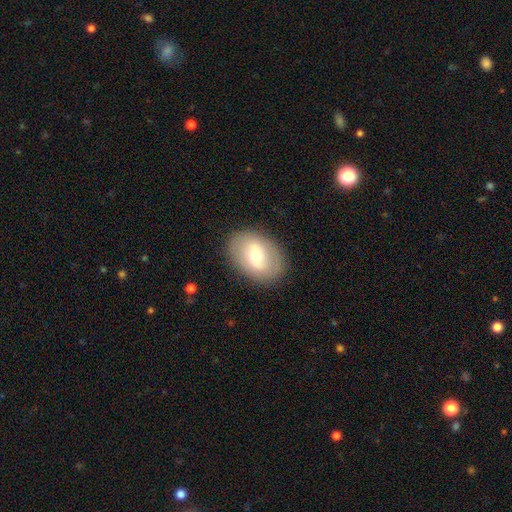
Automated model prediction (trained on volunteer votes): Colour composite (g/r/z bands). It shows a smooth galaxy with no disk features (55%) that is in between round and cigar-shaped (74%). Merging: none (86%).